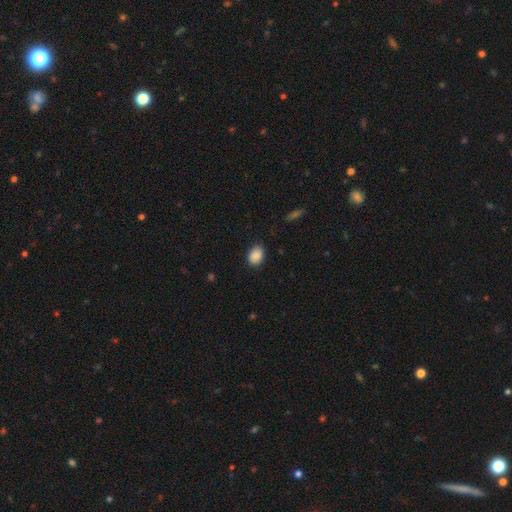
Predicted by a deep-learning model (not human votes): The model was most divided on "how rounded": in between: 67%, round: 32%, cigar-shaped: 1%. More confident: smooth or featured — smooth (89%); merging — none (82%).